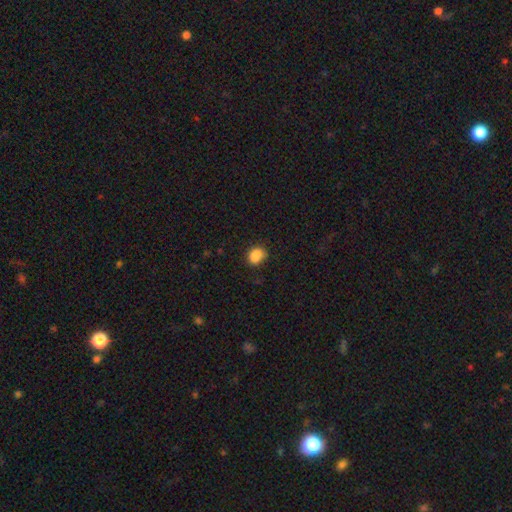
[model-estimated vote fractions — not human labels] Smooth or featured? Predicted: smooth (p=0.87). How rounded? Predicted: in between (p=0.56). Merging? Predicted: none (p=0.74).